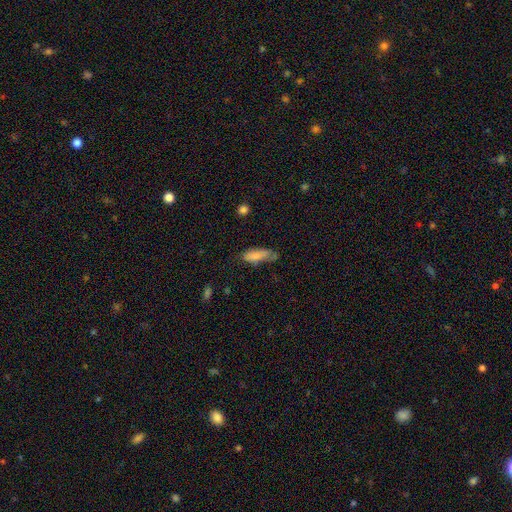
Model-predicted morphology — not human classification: A smooth galaxy with no disk features (78%) that is in between round and cigar-shaped (57%). Merging: none (41%).